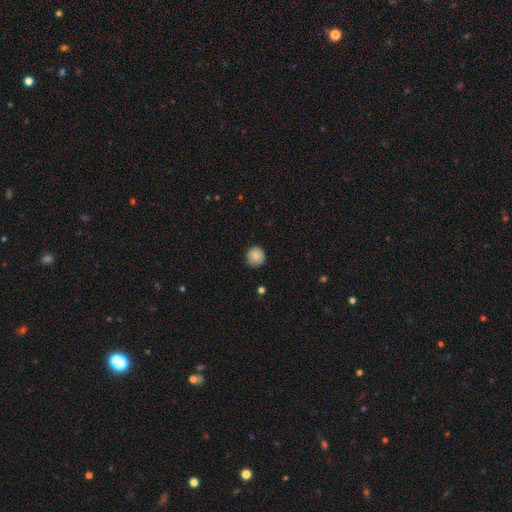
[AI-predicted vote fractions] smooth 85%, star or artifact 8%, featured or disk 7%. Down the decision tree: how rounded — round (92%); merging — none (82%).